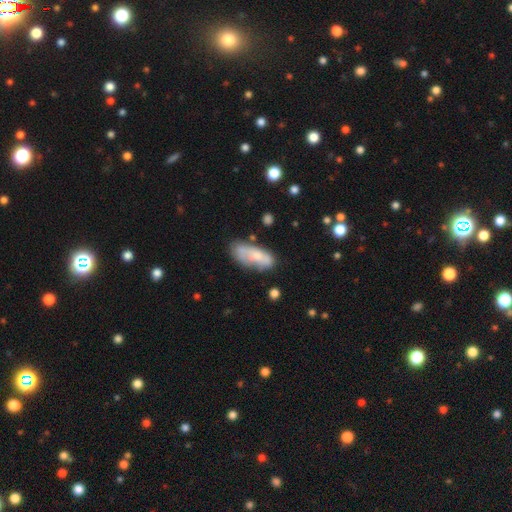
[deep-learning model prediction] A smooth galaxy with no disk features (64%) that is in between round and cigar-shaped (76%). Merging: none (53%).